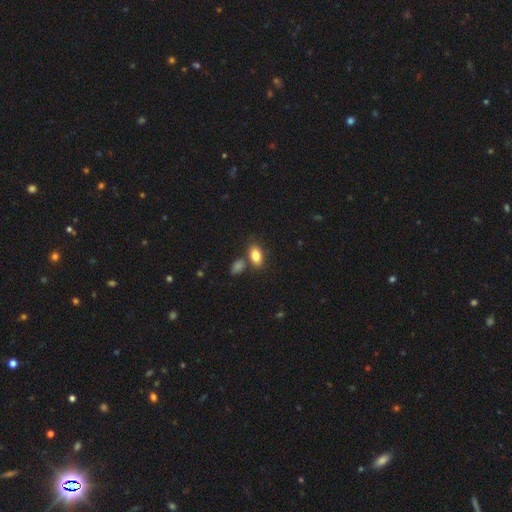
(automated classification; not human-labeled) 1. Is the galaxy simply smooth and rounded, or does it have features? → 84% smooth, 8% featured or disk, 8% star or artifact.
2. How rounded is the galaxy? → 89% in between, 7% round, 3% cigar-shaped.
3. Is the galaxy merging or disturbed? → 68% none, 16% merger, 13% minor disturbance, 3% major disturbance.